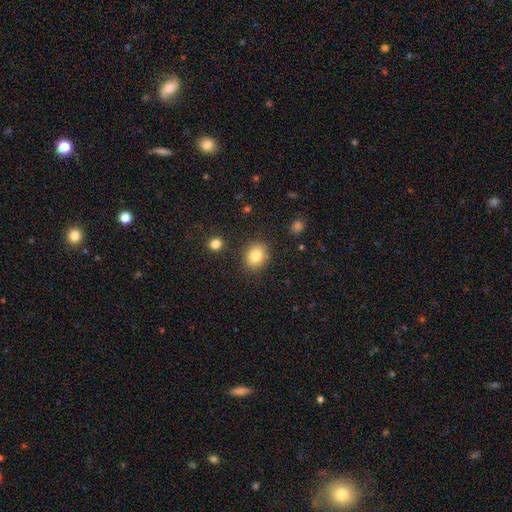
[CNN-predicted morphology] A smooth galaxy with no disk features (82%) that is round (72%). Merging: none (86%).